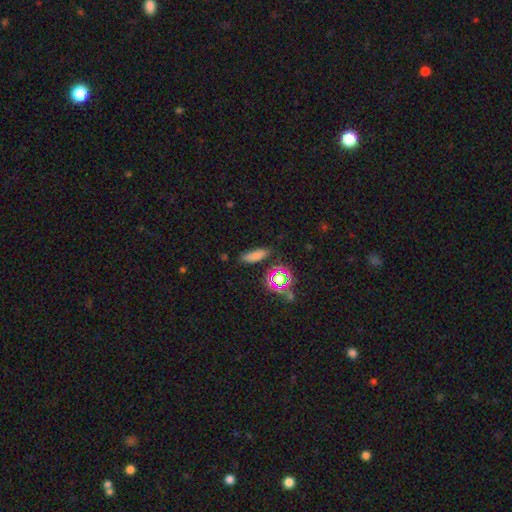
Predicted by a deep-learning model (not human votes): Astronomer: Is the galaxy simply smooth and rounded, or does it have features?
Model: smooth — 70%.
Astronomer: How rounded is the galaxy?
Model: in between — 49% (runner-up: cigar-shaped, 45%).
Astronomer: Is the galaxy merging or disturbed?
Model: none — 78%.